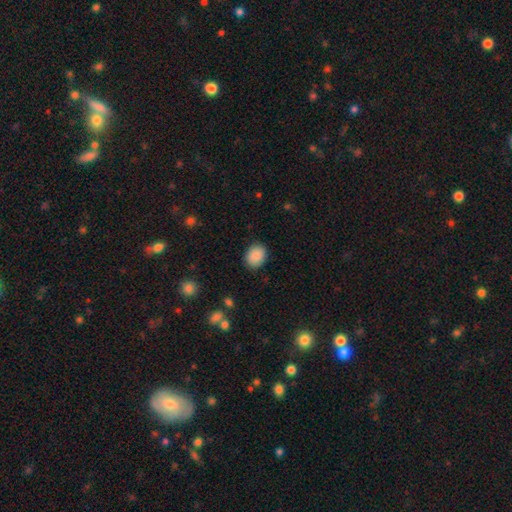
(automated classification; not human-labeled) Q: Smooth or featured?
A: smooth (88%); runner-up: star or artifact (7%)
Q: How rounded?
A: in between (51%); runner-up: round (48%)
Q: Merging?
A: none (88%); runner-up: minor disturbance (9%)